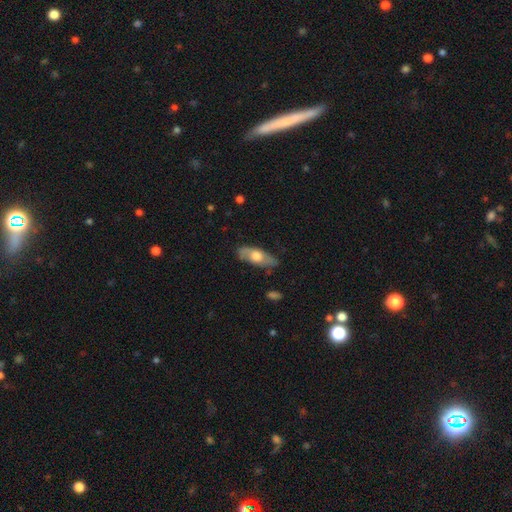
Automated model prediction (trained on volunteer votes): Q: Smooth or featured?
A: smooth (50%); runner-up: featured or disk (44%)
Q: How rounded?
A: in between (72%); runner-up: cigar-shaped (24%)
Q: Merging?
A: none (76%); runner-up: minor disturbance (18%)